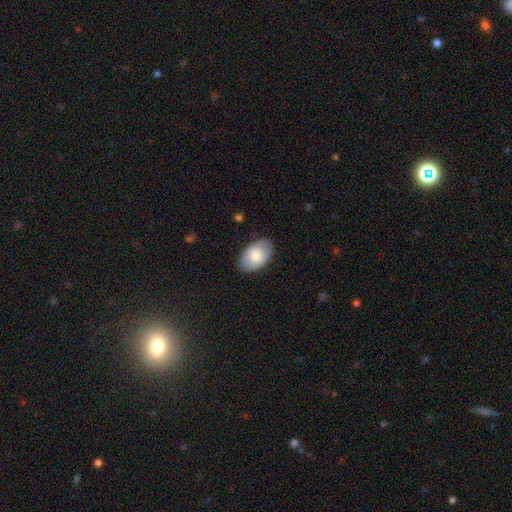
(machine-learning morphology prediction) Smooth or featured?
  - smooth: 83% *
  - featured or disk: 11%
  - star or artifact: 6%
How rounded?
  - in between: 92% *
  - round: 7%
  - cigar-shaped: 1%
Merging?
  - none: 85% *
  - minor disturbance: 12%
  - major disturbance: 3%
  - merger: 1%